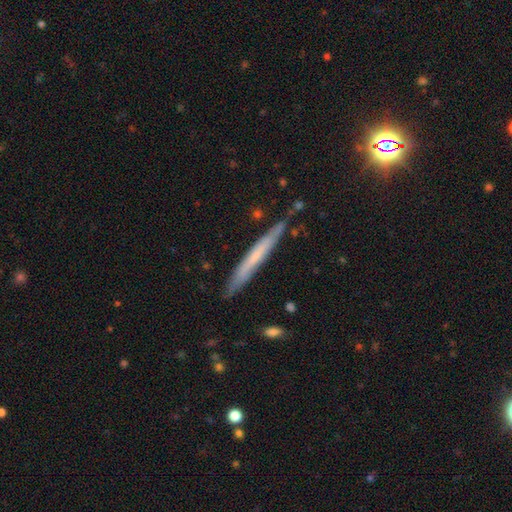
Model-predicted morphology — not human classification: Smooth or featured?
  - smooth: 50% *
  - featured or disk: 43%
  - star or artifact: 7%
How rounded?
  - cigar-shaped: 96% *
  - in between: 2%
  - round: 1%
Merging?
  - none: 83% *
  - minor disturbance: 13%
  - merger: 2%
  - major disturbance: 2%